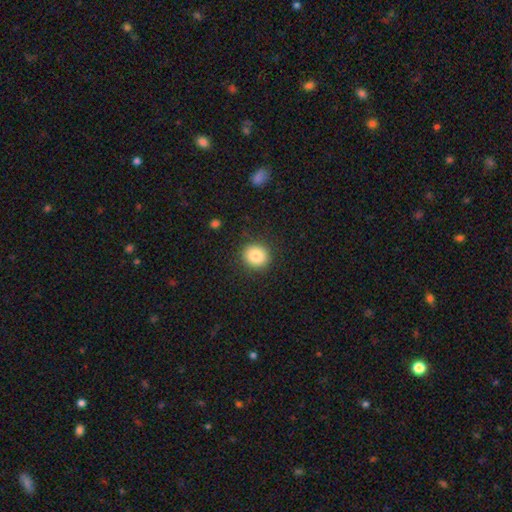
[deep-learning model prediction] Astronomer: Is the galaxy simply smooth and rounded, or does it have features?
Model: smooth — 85%.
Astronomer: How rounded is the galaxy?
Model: round — 86%.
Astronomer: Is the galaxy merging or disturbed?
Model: none — 89%.